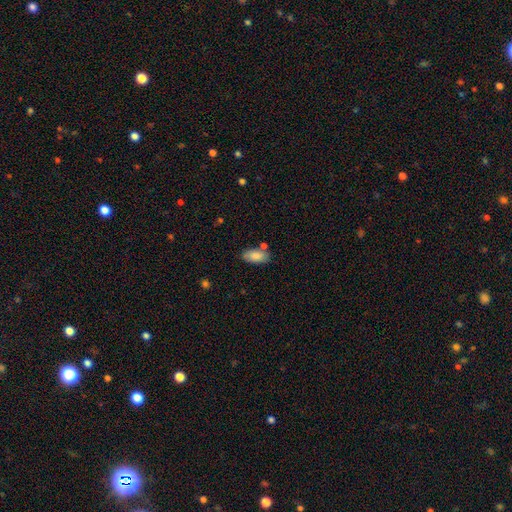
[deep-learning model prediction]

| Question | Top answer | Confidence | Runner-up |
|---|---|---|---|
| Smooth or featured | smooth | 85% | featured or disk (9%) |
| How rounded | in between | 91% | cigar-shaped (6%) |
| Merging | none | 72% | minor disturbance (15%) |